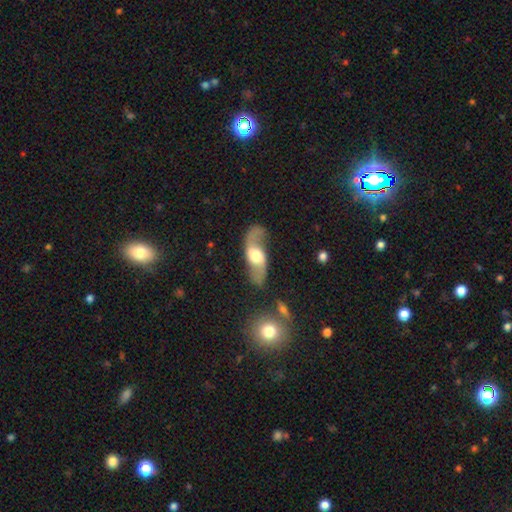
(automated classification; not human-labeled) This is likely a featured or disk galaxy (75%). It is clearly not viewed edge-on (86%). Bar: possibly no (51%). Spiral arm pattern: clearly yes (87%). Spiral arm count: clearly 2 (90%). Spiral winding: likely loose (79%). Central bulge: possibly moderate (51%). Merging: likely none (63%).